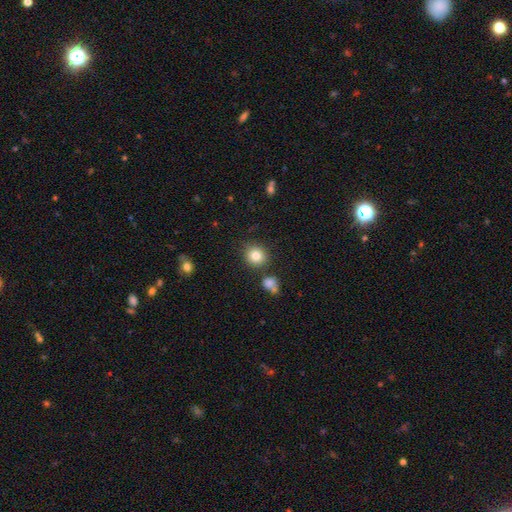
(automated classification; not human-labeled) smooth 81%, star or artifact 11%, featured or disk 8%. Down the decision tree: how rounded — round (87%); merging — none (81%).